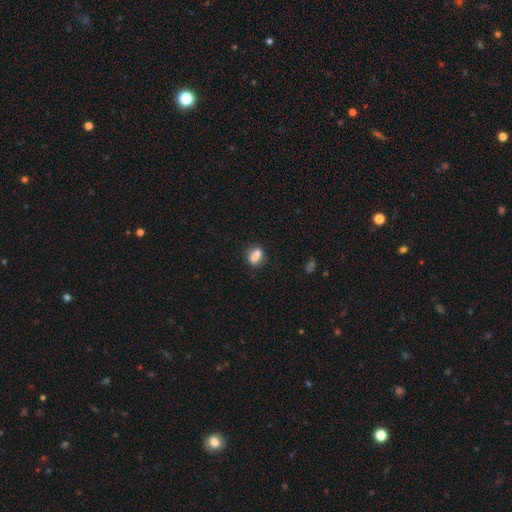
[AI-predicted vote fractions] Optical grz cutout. It shows a smooth galaxy with no disk features (83%) that is in between round and cigar-shaped (70%). Merging: none (79%).